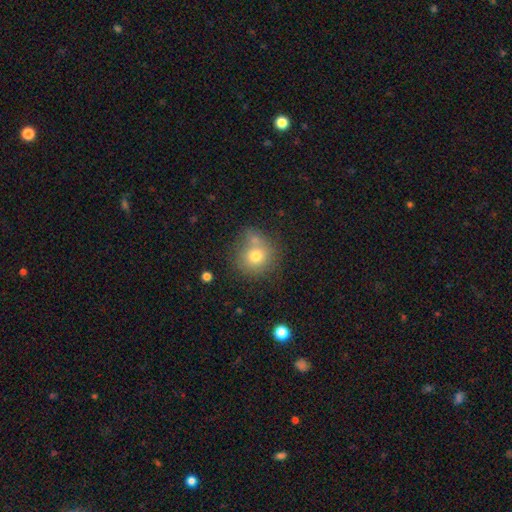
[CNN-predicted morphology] This is likely a smooth galaxy (73%). How rounded: clearly round (88%). Merging: possibly none (56%).